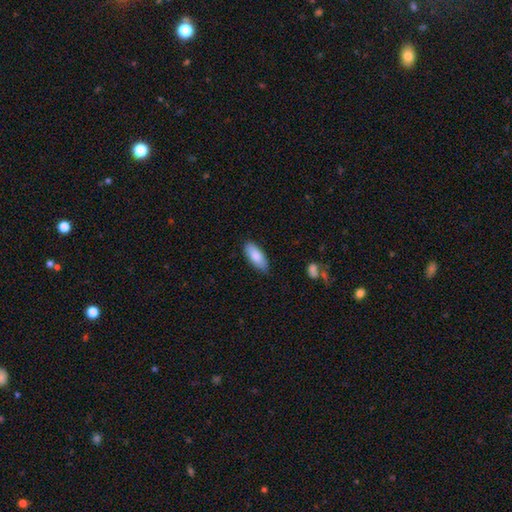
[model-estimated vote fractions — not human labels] The model was most divided on "how rounded": in between: 78%, cigar-shaped: 20%, round: 2%. More confident: smooth or featured — smooth (86%); merging — none (83%).